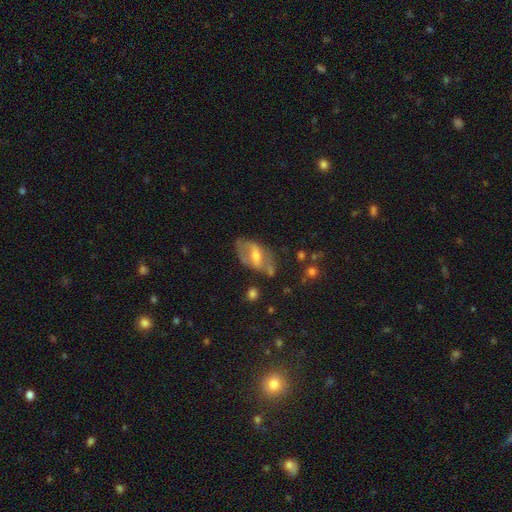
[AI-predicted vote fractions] A featured or disk galaxy (57%). Merging: none (55%).